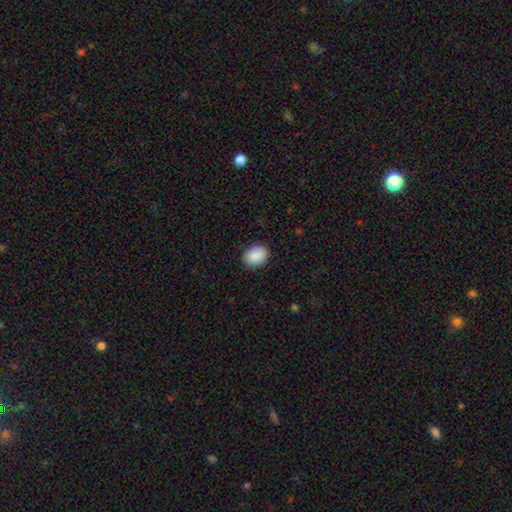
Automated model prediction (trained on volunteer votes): Smooth or featured?
  - smooth: 89% *
  - star or artifact: 7%
  - featured or disk: 4%
How rounded?
  - in between: 74% *
  - round: 25%
  - cigar-shaped: 1%
Merging?
  - none: 87% *
  - minor disturbance: 10%
  - major disturbance: 2%
  - merger: 1%